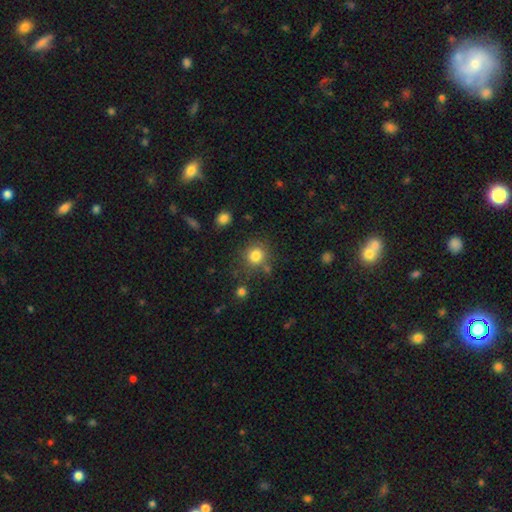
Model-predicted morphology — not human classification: Smooth or featured? Predicted: smooth (p=0.82). How rounded? Predicted: round (p=0.88). Merging? Predicted: none (p=0.77).